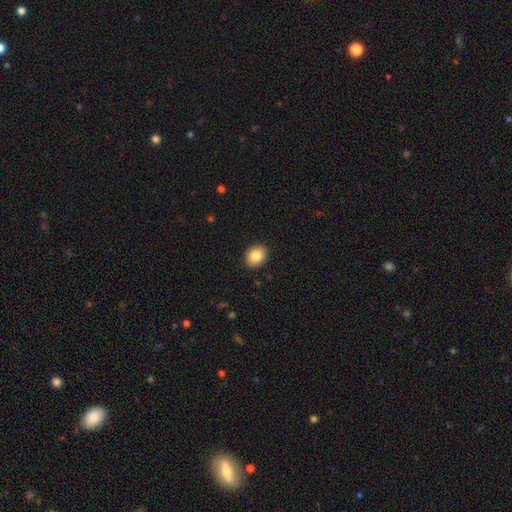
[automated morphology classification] smooth 85%, star or artifact 8%, featured or disk 7%. Down the decision tree: how rounded — round (59%); merging — none (91%).